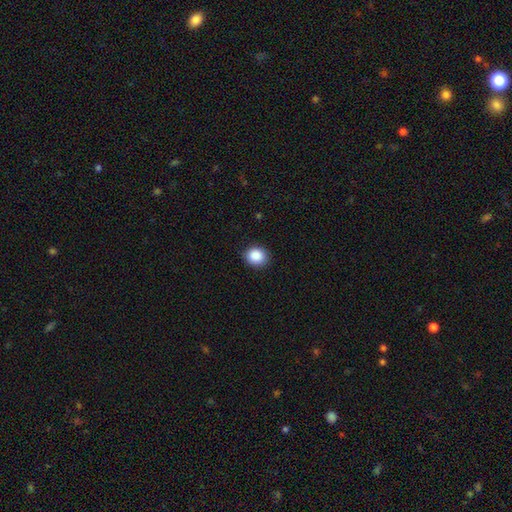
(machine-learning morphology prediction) Smooth or featured?
  - smooth: 88% *
  - star or artifact: 9%
  - featured or disk: 3%
How rounded?
  - round: 74% *
  - in between: 25%
  - cigar-shaped: 1%
Merging?
  - none: 90% *
  - minor disturbance: 7%
  - major disturbance: 2%
  - merger: 1%